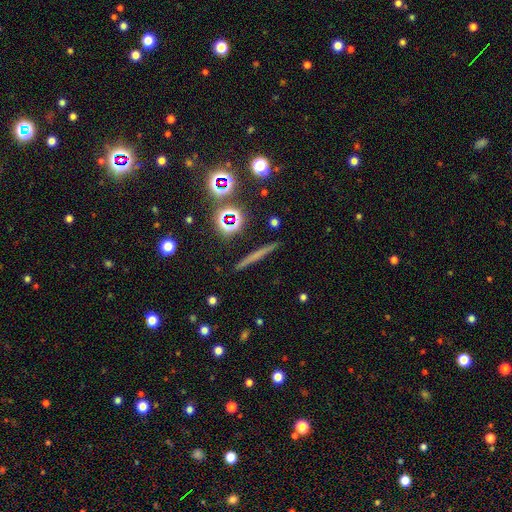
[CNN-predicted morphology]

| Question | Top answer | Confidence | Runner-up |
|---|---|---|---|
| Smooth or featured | smooth | 42% | featured or disk (39%) |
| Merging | none | 89% | minor disturbance (7%) |